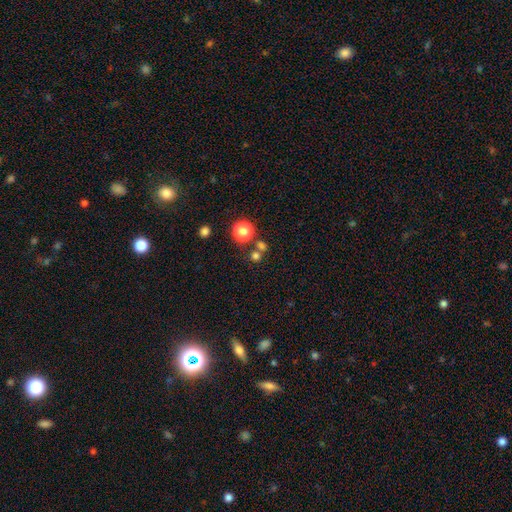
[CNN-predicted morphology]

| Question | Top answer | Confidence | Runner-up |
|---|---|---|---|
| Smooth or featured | smooth | 69% | star or artifact (24%) |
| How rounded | round | 88% | in between (11%) |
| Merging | none | 64% | merger (25%) |